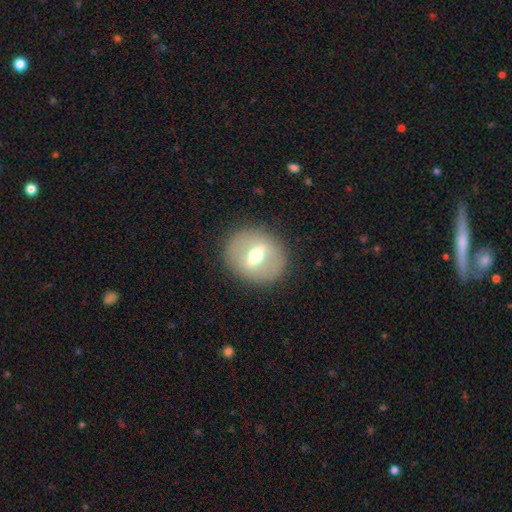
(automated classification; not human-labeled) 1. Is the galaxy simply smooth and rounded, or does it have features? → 57% featured or disk, 34% smooth, 8% star or artifact.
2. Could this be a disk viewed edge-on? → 80% no, 20% yes.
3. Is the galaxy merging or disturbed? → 86% none, 8% minor disturbance, 4% major disturbance, 1% merger.